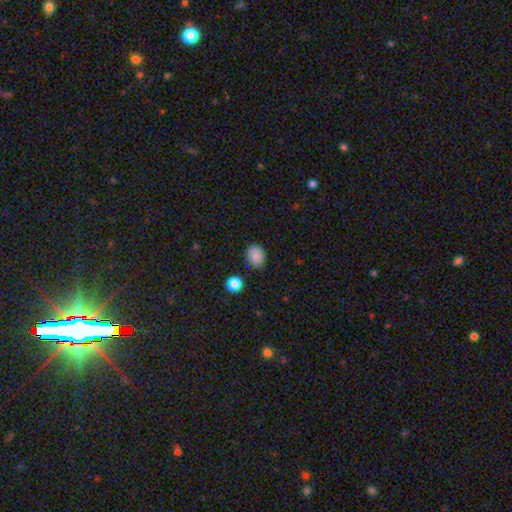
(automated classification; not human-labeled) This appears to be a smooth galaxy with no disk features (86%) that is round (60%). Merging: none (84%).